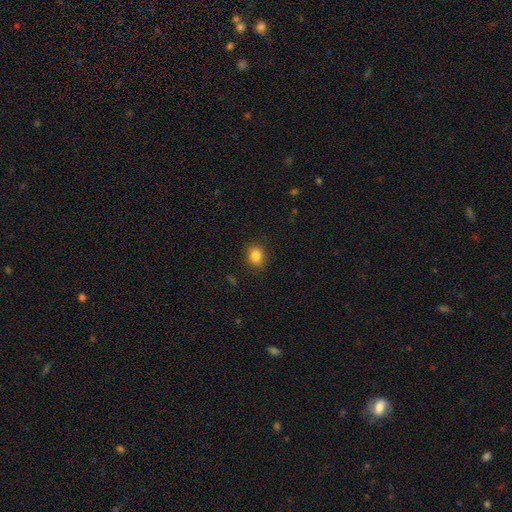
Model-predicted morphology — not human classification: This appears to be a smooth galaxy with no disk features (84%) that is round (60%). Merging: none (88%).